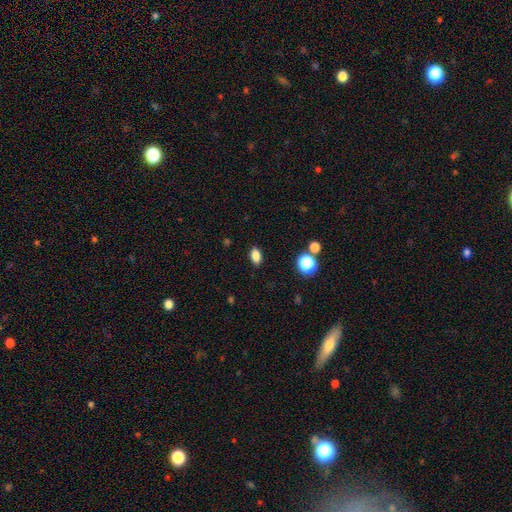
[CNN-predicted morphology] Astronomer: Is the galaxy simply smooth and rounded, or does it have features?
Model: smooth — 84%.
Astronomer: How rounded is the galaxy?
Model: in between — 85%.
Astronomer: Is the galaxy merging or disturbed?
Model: none — 88%.